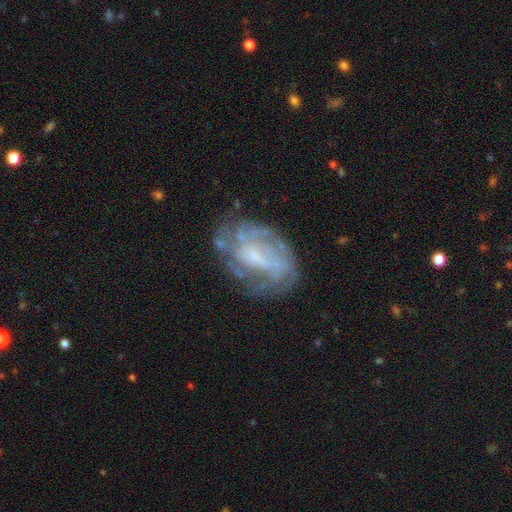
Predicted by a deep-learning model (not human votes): Smooth or featured? Predicted: featured or disk (p=0.72). Edge-on disk? Predicted: no (p=0.96). Bar? Predicted: no (p=0.48). Spiral arms? Predicted: yes (p=0.62). Bulge size? Predicted: small (p=0.52). Merging? Predicted: none (p=0.62).